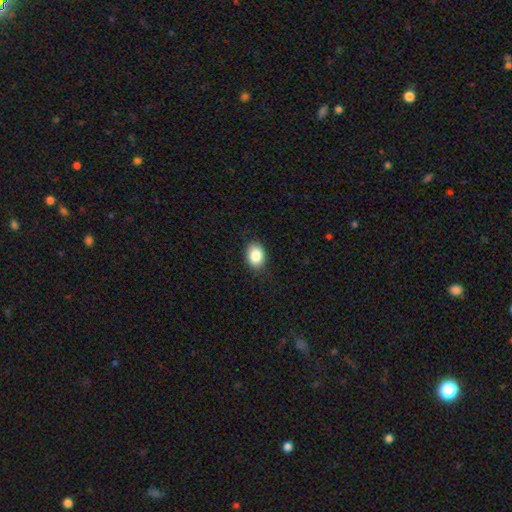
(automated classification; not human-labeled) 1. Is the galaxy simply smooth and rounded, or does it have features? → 87% smooth, 8% star or artifact, 5% featured or disk.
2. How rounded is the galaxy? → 73% in between, 26% round, 1% cigar-shaped.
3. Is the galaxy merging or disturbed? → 87% none, 10% minor disturbance, 2% major disturbance, 1% merger.